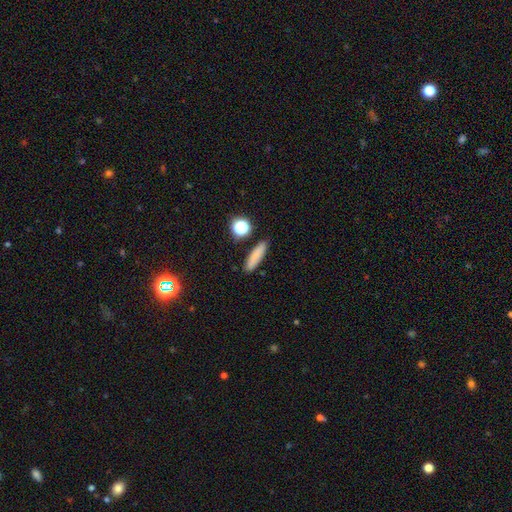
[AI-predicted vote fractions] A smooth galaxy with no disk features (81%) that is cigar-shaped (72%).

Vote fractions:
- Smooth or featured? smooth: 81% / star or artifact: 11% / featured or disk: 9%
- How rounded? cigar-shaped: 72% / in between: 23% / round: 4%
- Merging? none: 87% / minor disturbance: 8% / merger: 3% / major disturbance: 2%